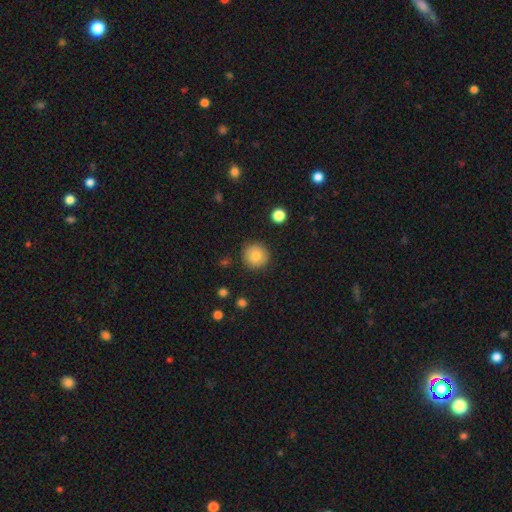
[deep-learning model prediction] This is clearly a smooth galaxy (81%). How rounded: clearly round (95%). Merging: clearly none (89%).